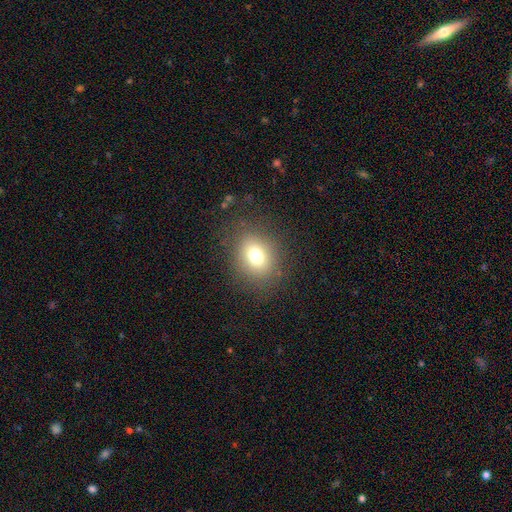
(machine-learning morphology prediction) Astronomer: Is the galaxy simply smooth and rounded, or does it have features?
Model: smooth — 73%.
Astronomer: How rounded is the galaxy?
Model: round — 58% (runner-up: in between, 41%).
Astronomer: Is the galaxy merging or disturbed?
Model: none — 83%.